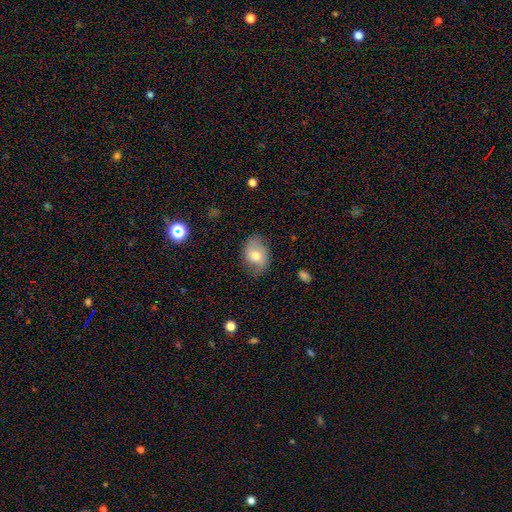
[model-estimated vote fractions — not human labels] Smooth or featured? smooth (64%)
How rounded? in between (79%)
Merging? none (67%)